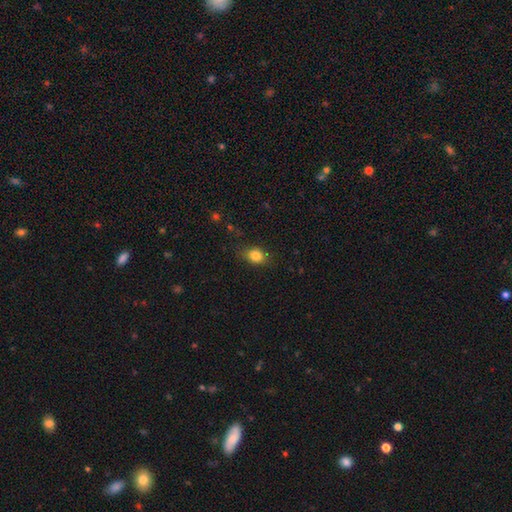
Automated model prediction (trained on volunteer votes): Smooth or featured? Predicted: smooth (p=0.83). How rounded? Predicted: in between (p=0.63). Merging? Predicted: none (p=0.79).